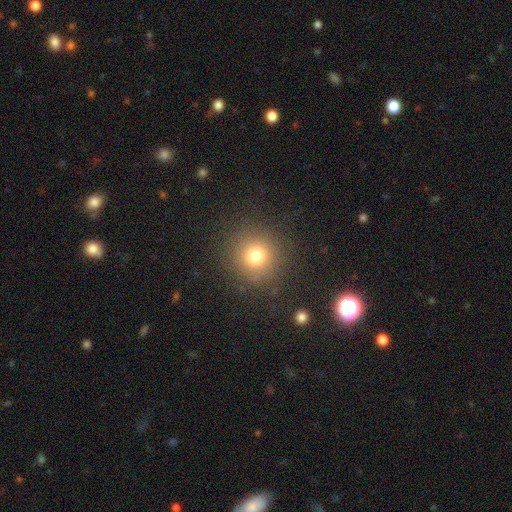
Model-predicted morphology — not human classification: The model was most divided on "smooth or featured": smooth: 76%, star or artifact: 15%, featured or disk: 8%. More confident: how rounded — round (93%); merging — none (88%).